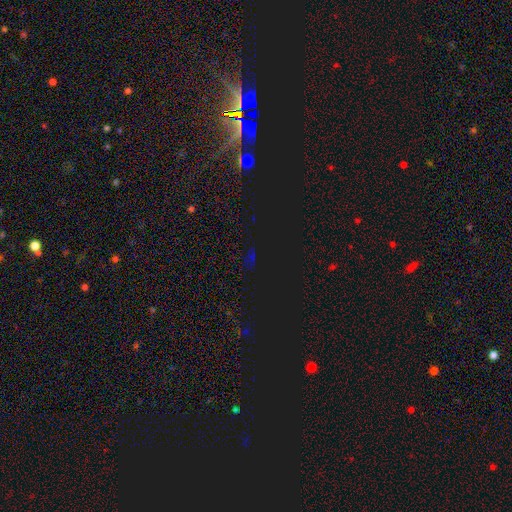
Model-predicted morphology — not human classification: This appears to be a star or artifact, not a galaxy (78%).